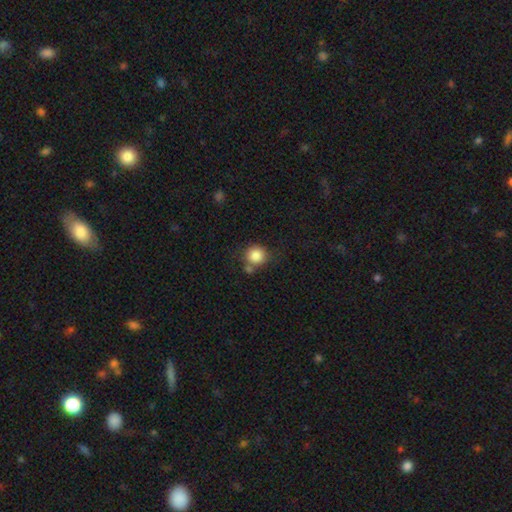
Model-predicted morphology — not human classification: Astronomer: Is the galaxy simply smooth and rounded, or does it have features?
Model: smooth — 85%.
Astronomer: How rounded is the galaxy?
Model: round — 92%.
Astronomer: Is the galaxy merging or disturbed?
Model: none — 67%.